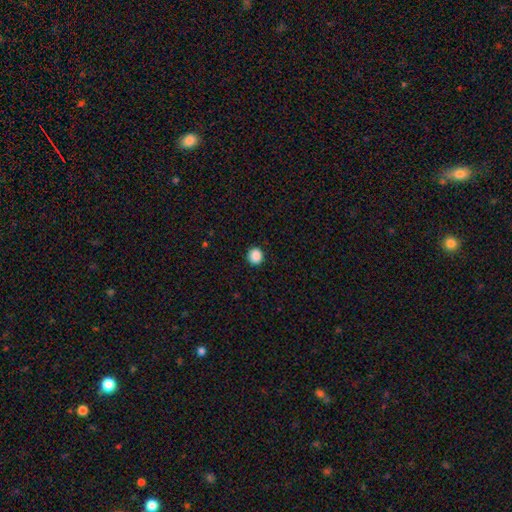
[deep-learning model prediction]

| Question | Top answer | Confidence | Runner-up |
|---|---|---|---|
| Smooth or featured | smooth | 89% | star or artifact (9%) |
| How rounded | round | 89% | in between (10%) |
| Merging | none | 92% | minor disturbance (5%) |